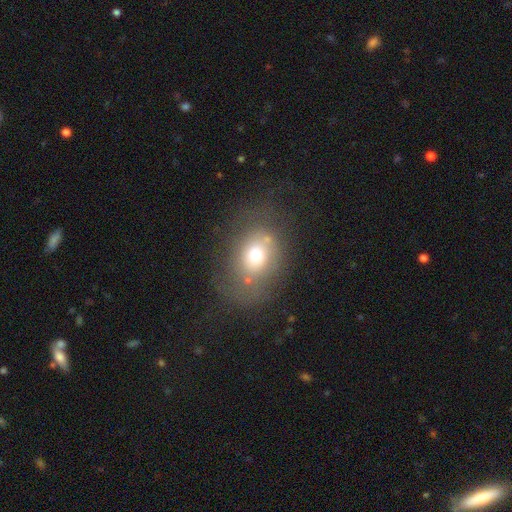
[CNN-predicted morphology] type=smooth (66%); roundness=in between (62%); merging=none (55%).